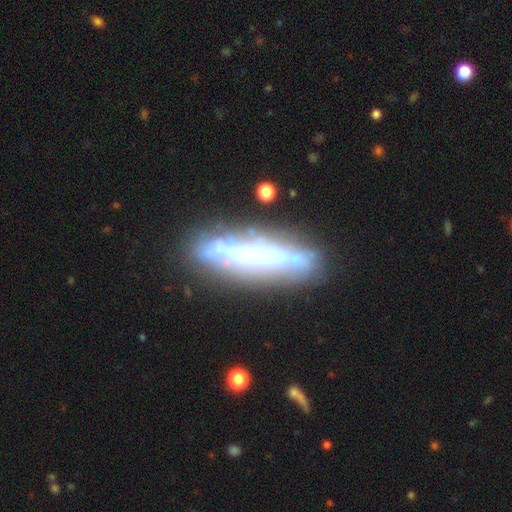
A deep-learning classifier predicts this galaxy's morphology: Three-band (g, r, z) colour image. It shows a featured or disk galaxy (70%) viewed edge-on (68%). Merging: none (70%).